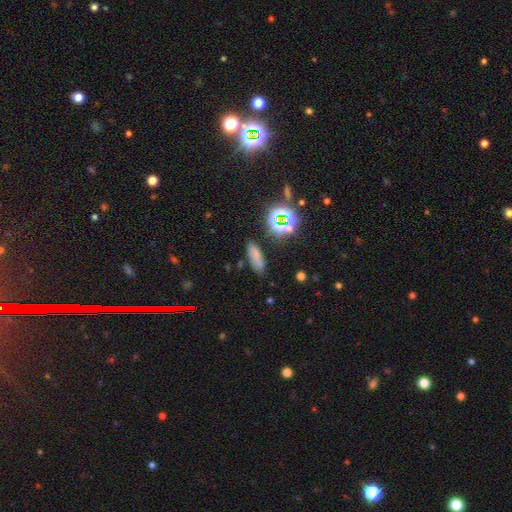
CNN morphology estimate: type=smooth (68%); roundness=in between (55%); merging=none (79%).